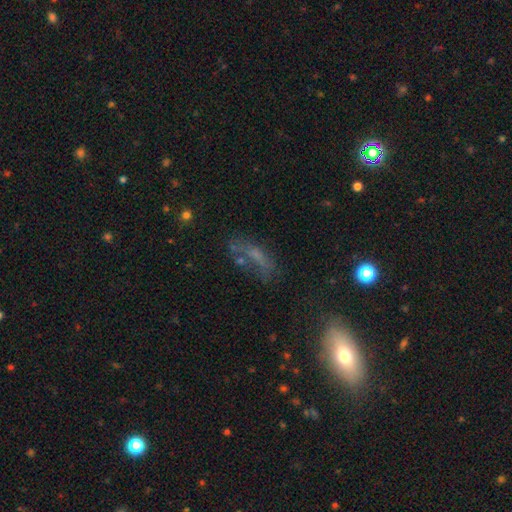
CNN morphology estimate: The model was most divided on "smooth or featured": smooth: 46%, featured or disk: 31%, star or artifact: 23%. Remaining: merging — none (46%).